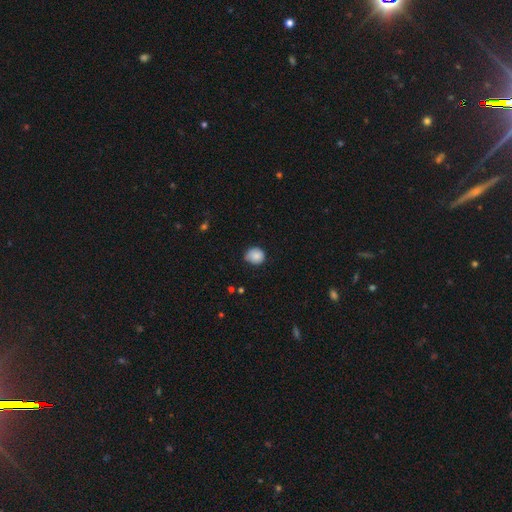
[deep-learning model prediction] Overall: smooth (85%). How rounded: round (75%). Merging: none (71%).